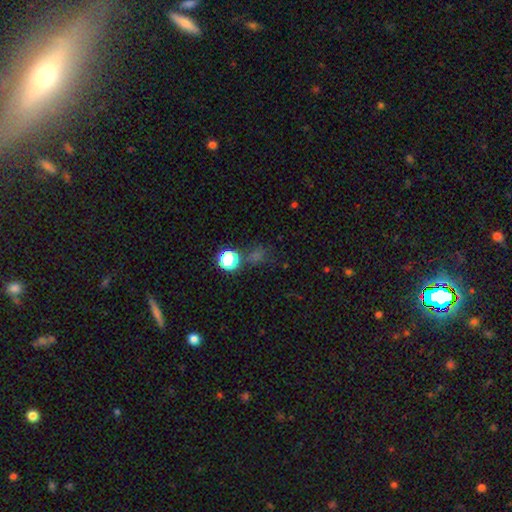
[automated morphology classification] Smooth or featured? Predicted: smooth (p=0.48). Merging? Predicted: none (p=0.71).